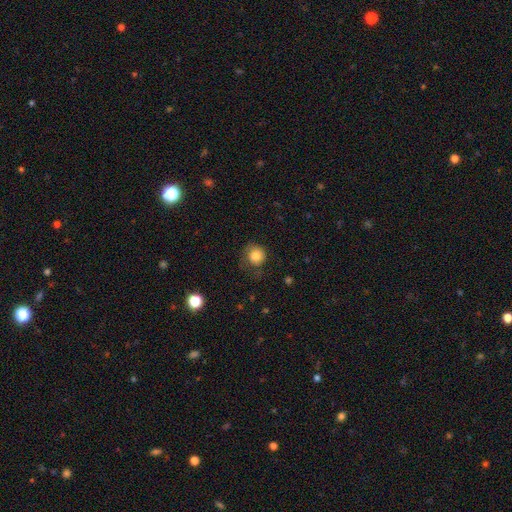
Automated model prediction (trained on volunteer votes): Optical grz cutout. It shows a smooth galaxy with no disk features (82%) that is round (88%). Merging: none (58%).